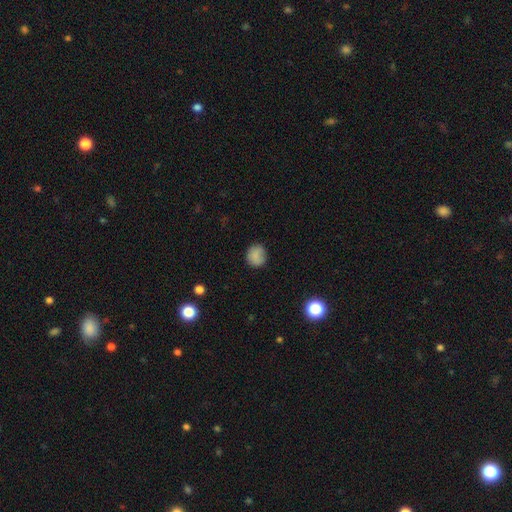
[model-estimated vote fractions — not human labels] Smooth or featured?
  - smooth: 84% *
  - star or artifact: 10%
  - featured or disk: 7%
How rounded?
  - round: 85% *
  - in between: 14%
  - cigar-shaped: 1%
Merging?
  - none: 80% *
  - minor disturbance: 15%
  - major disturbance: 3%
  - merger: 1%